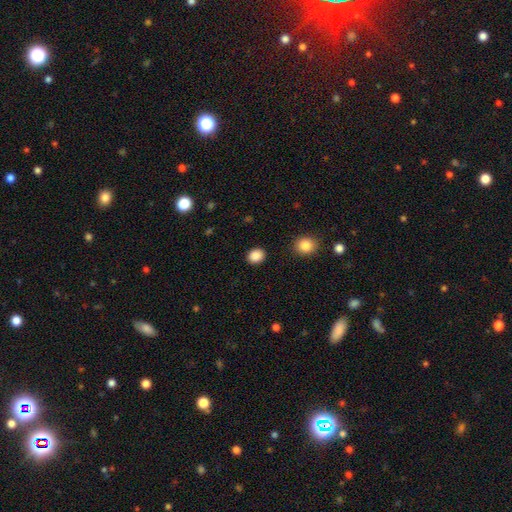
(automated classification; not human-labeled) Smooth or featured? smooth (88%)
How rounded? round (61%)
Merging? none (90%)